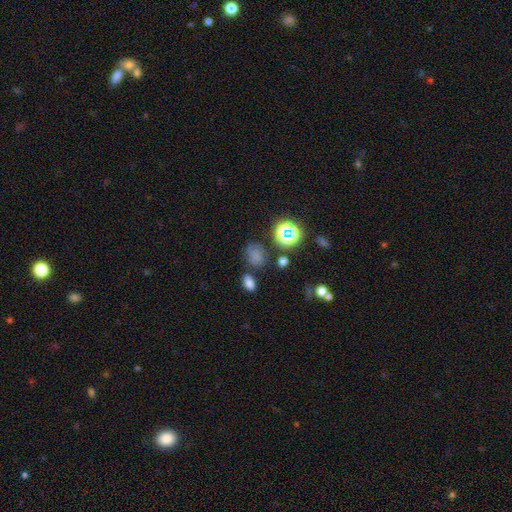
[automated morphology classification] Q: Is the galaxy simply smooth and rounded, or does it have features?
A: smooth — 65%.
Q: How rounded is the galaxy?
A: round — 51%.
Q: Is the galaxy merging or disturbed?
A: none — 60%.